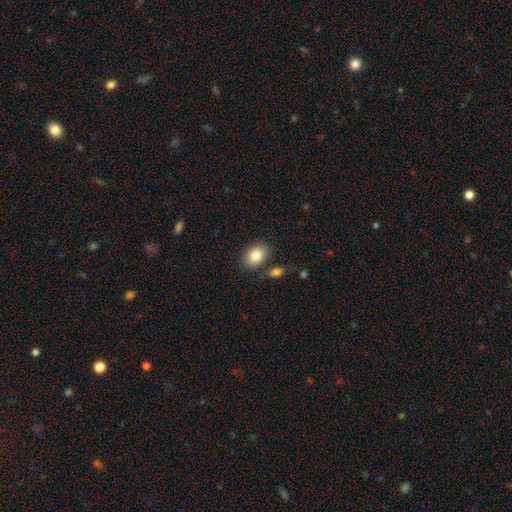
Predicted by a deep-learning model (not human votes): smooth 84%, featured or disk 9%, star or artifact 8%. Down the decision tree: how rounded — in between (79%); merging — none (80%).